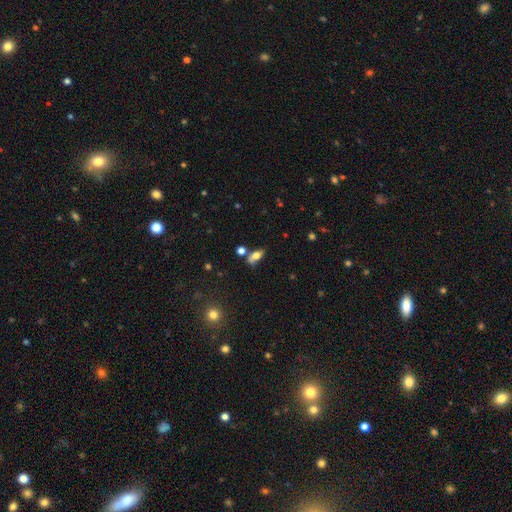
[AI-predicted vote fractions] Smooth or featured? Predicted: smooth (p=0.67). How rounded? Predicted: in between (p=0.79). Merging? Predicted: none (p=0.52).